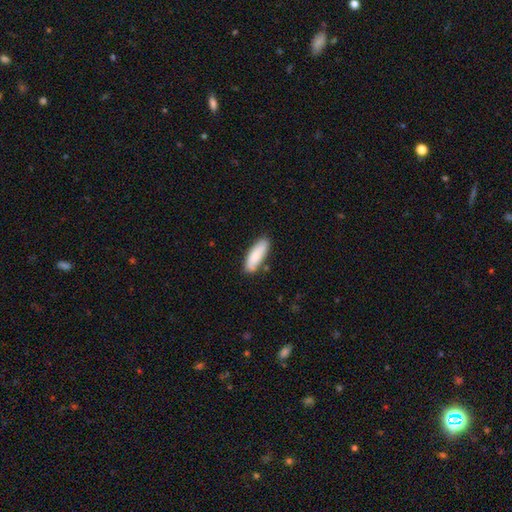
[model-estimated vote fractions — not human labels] Smooth or featured?
  - smooth: 84% *
  - featured or disk: 10%
  - star or artifact: 5%
How rounded?
  - in between: 55% *
  - cigar-shaped: 43%
  - round: 2%
Merging?
  - none: 83% *
  - minor disturbance: 12%
  - merger: 3%
  - major disturbance: 2%